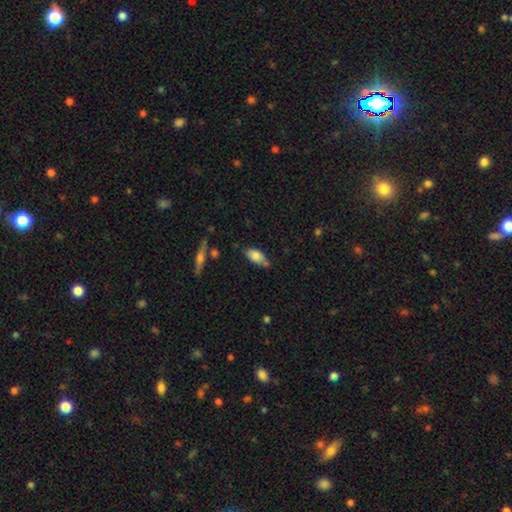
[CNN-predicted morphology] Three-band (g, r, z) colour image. It shows a smooth galaxy with no disk features (78%) that is in between round and cigar-shaped (90%). Merging: none (60%).